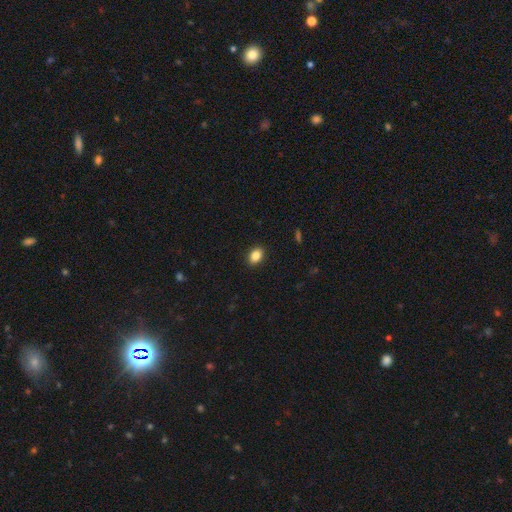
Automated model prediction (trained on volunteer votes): This is clearly a smooth galaxy (86%). How rounded: likely in between (79%). Merging: clearly none (90%).